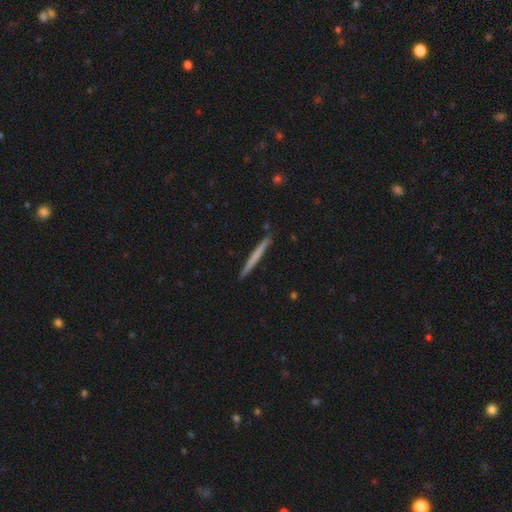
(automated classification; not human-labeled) Morphology: type=smooth (54%); roundness=cigar-shaped (97%); merging=none (91%).